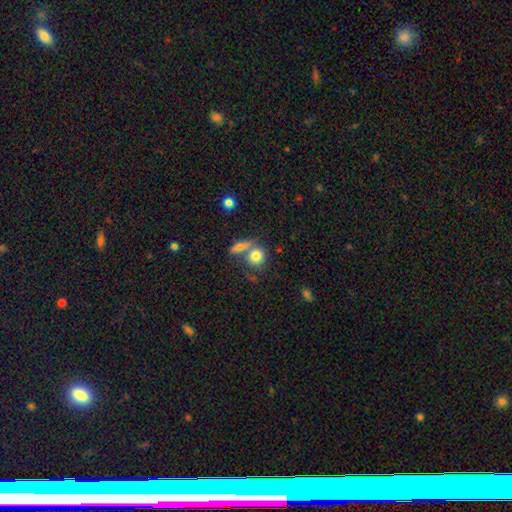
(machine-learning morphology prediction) Q: Smooth or featured?
A: smooth (79%); runner-up: featured or disk (12%)
Q: How rounded?
A: round (72%); runner-up: in between (24%)
Q: Merging?
A: none (51%); runner-up: merger (34%)